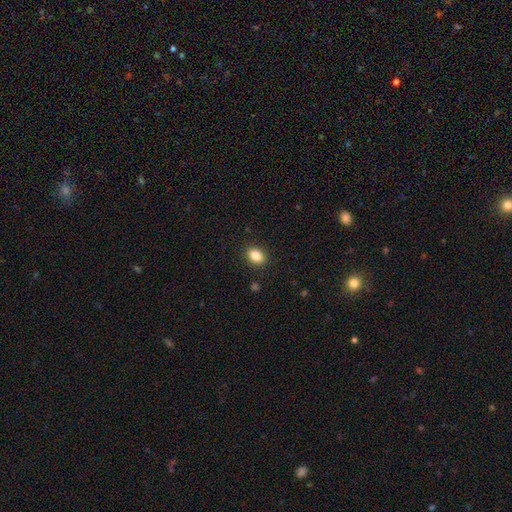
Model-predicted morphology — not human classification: Smooth or featured? Predicted: smooth (p=0.85). How rounded? Predicted: in between (p=0.73). Merging? Predicted: none (p=0.89).